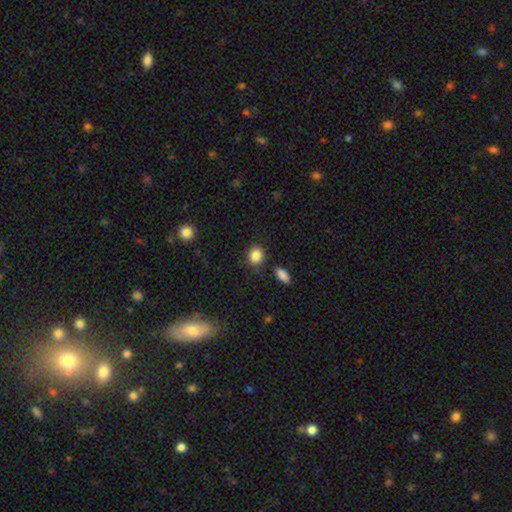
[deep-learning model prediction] The model was most divided on "how rounded": round: 70%, in between: 29%, cigar-shaped: 1%. More confident: smooth or featured — smooth (86%); merging — none (82%).